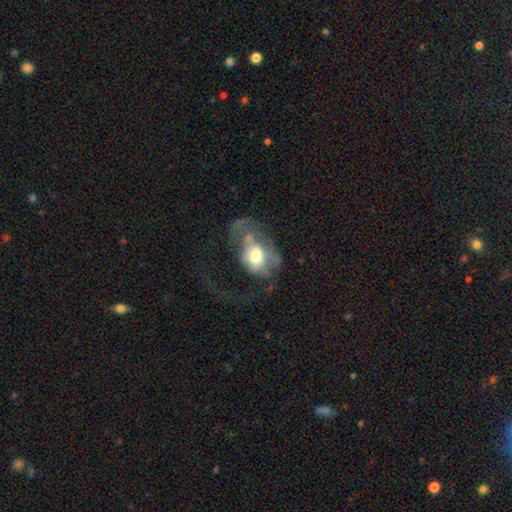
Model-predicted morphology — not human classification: Smooth or featured?
  - smooth: 55% *
  - featured or disk: 36%
  - star or artifact: 9%
How rounded?
  - in between: 64% *
  - round: 35%
  - cigar-shaped: 1%
Merging?
  - major disturbance: 56% *
  - none: 16%
  - minor disturbance: 15%
  - merger: 13%